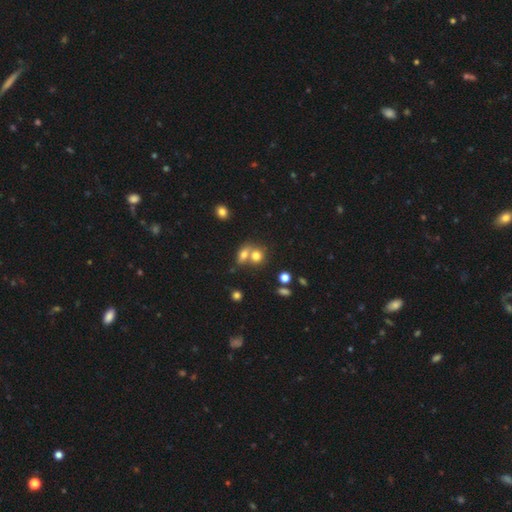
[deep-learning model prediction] Smooth or featured: smooth — 74% (featured or disk — 13%)
How rounded: round — 62% (in between — 36%)
Merging: merger — 57% (none — 32%)